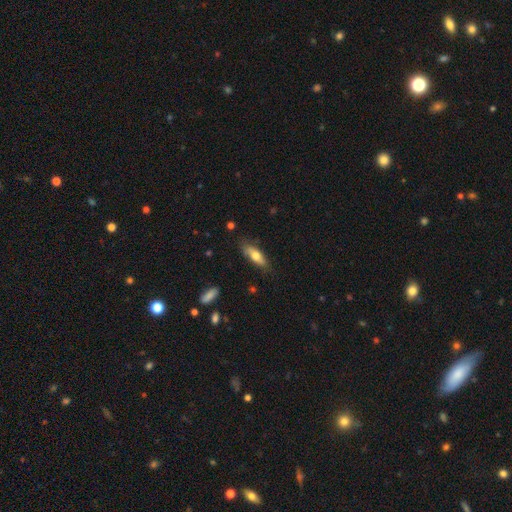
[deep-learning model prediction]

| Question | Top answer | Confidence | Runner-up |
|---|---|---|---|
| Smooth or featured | smooth | 64% | featured or disk (30%) |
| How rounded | in between | 55% | cigar-shaped (43%) |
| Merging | none | 76% | minor disturbance (19%) |